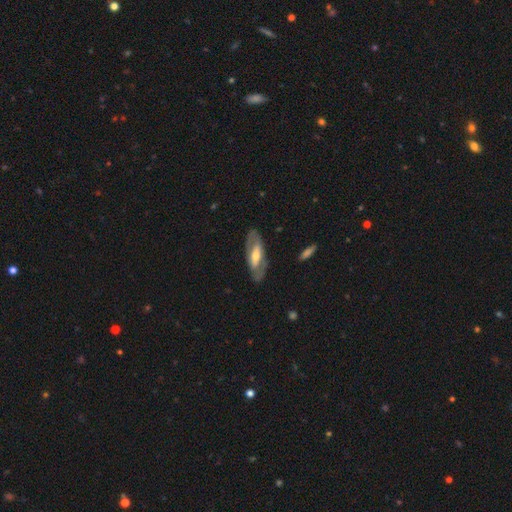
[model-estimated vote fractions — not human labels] smooth-or-featured: featured or disk: 66% | smooth: 29% | star or artifact: 5%
  disk-edge-on: no: 80% | yes: 20%
    bar: strong: 42% | weak: 30% | no: 28%
    has-spiral-arms: no: 56% | yes: 44%
    bulge-size: moderate: 59% | small: 30% | large: 8% | none: 1% | dominant: 1%
  merging: none: 81% | minor disturbance: 12% | major disturbance: 5% | merger: 1%